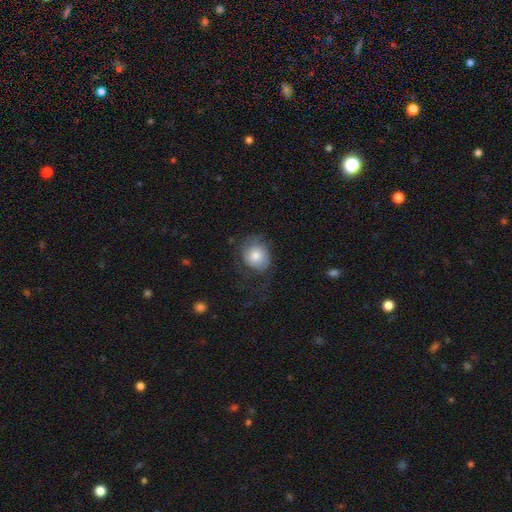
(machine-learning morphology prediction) A smooth galaxy with no disk features (68%) that is round (73%). Merging: none (52%).